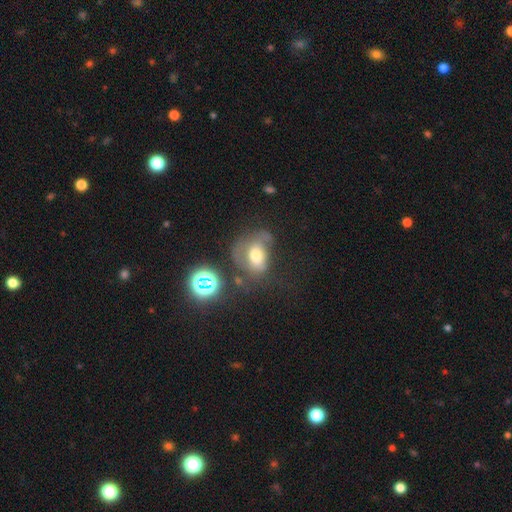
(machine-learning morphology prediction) The model was most divided on "merging": major disturbance: 37%, none: 29%, minor disturbance: 25%, merger: 9%. Remaining: smooth or featured — smooth (47%).